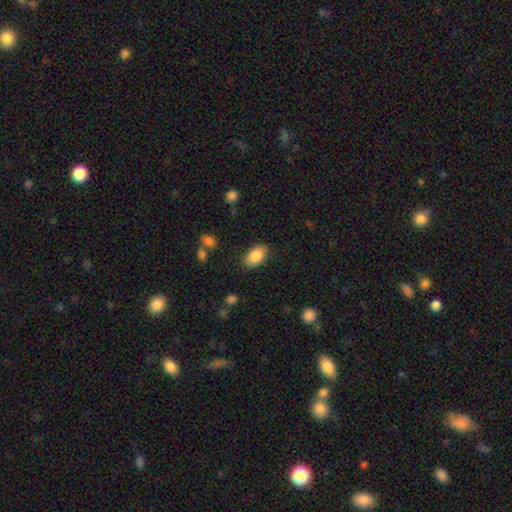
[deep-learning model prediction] Smooth or featured? smooth (87%)
How rounded? in between (92%)
Merging? none (84%)